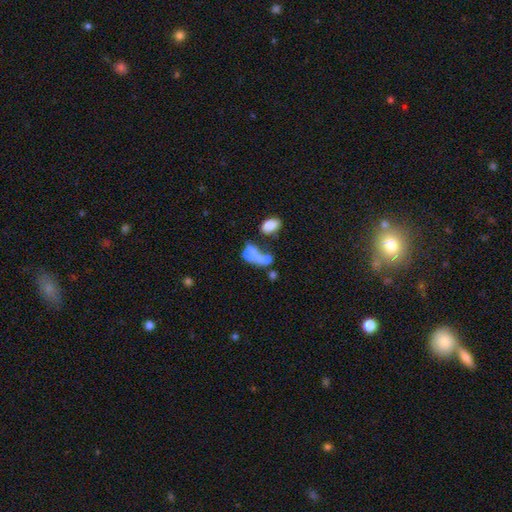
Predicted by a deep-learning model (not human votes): smooth 44%, featured or disk 42%, star or artifact 15%. Down the decision tree: merging — merger (49%).